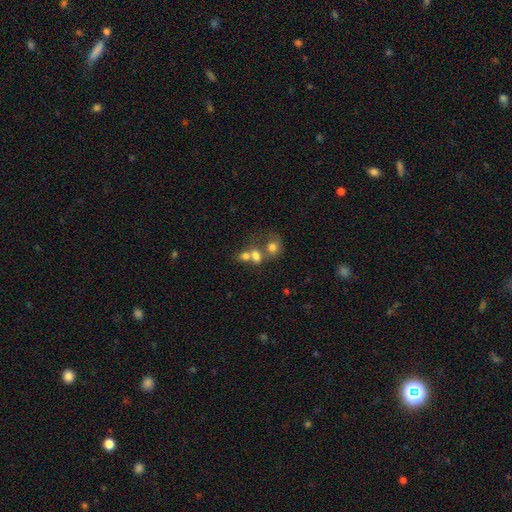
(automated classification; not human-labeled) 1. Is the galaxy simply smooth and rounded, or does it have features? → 70% smooth, 17% featured or disk, 13% star or artifact.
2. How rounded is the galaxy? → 54% round, 44% in between, 2% cigar-shaped.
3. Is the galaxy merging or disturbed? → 62% merger, 24% none, 7% minor disturbance, 7% major disturbance.